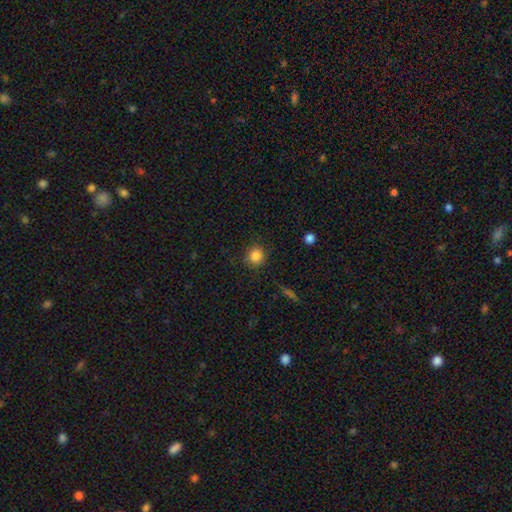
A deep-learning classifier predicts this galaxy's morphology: smooth-or-featured: smooth: 84% | star or artifact: 11% | featured or disk: 5%
  how-rounded: round: 90% | in between: 9% | cigar-shaped: 1%
  merging: none: 87% | minor disturbance: 9% | major disturbance: 3% | merger: 1%